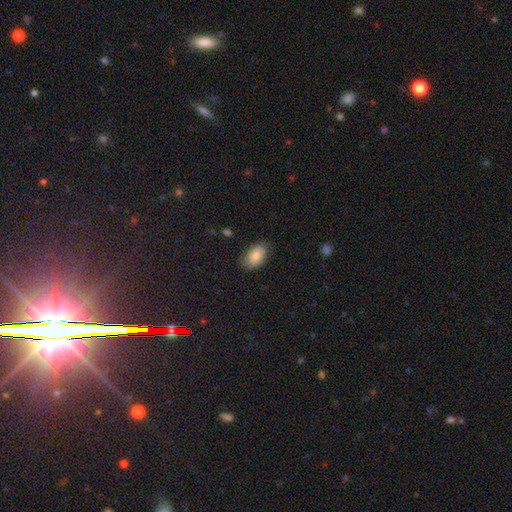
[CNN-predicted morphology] Overall: smooth (82%). How rounded: in between (92%). Merging: none (77%).